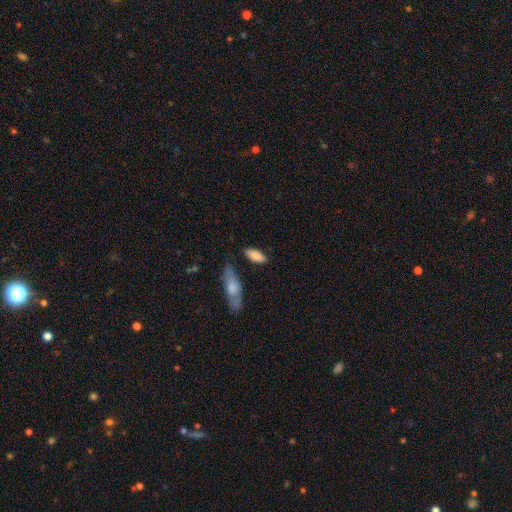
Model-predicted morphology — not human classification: Smooth or featured? Predicted: smooth (p=0.84). How rounded? Predicted: in between (p=0.77). Merging? Predicted: none (p=0.77).